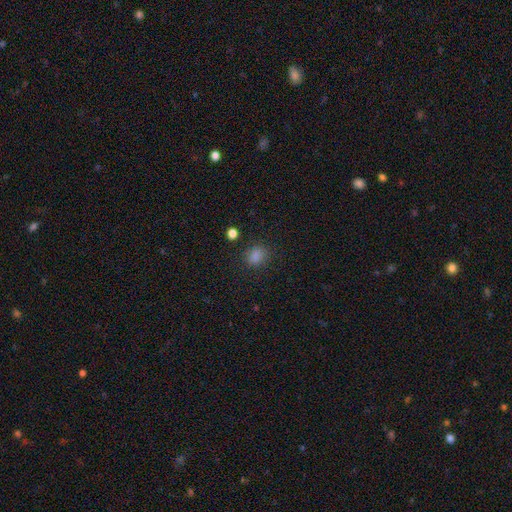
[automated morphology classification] The model was most divided on "how rounded": round: 55%, in between: 44%, cigar-shaped: 1%. More confident: merging — none (82%); smooth or featured — smooth (79%).